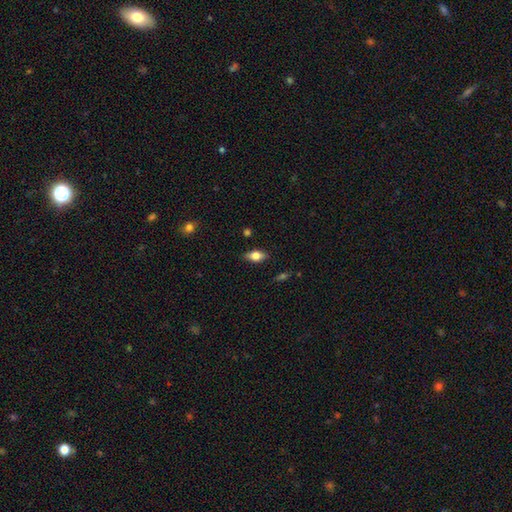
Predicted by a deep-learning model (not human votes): A smooth galaxy with no disk features (68%) that is in between round and cigar-shaped (84%). Merging: none (85%).